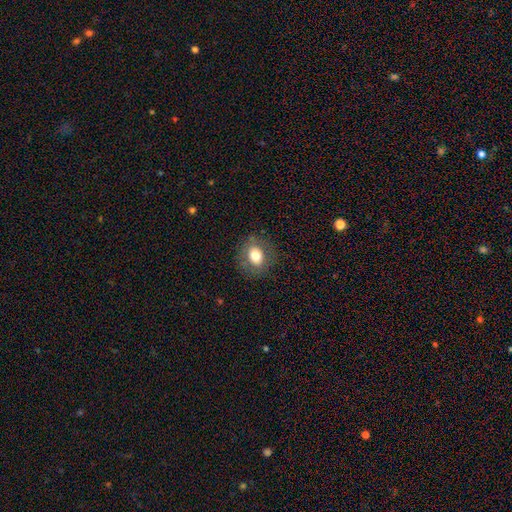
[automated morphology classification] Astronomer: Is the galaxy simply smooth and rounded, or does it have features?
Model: smooth — 71%.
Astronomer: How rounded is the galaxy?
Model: round — 61% (runner-up: in between, 38%).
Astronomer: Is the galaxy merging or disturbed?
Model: none — 82%.